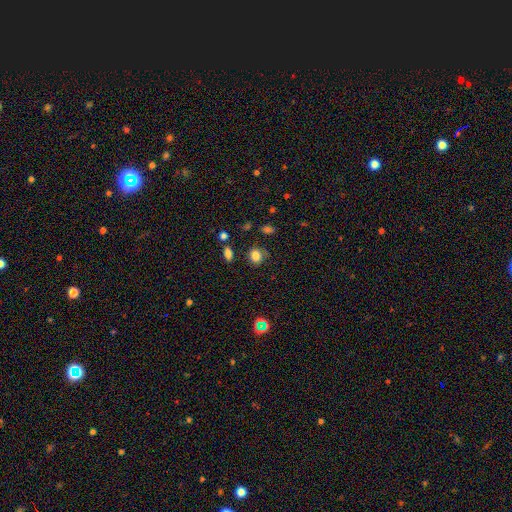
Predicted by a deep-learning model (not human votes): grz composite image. It shows a smooth galaxy with no disk features (81%) that is round (66%). Merging: none (74%).